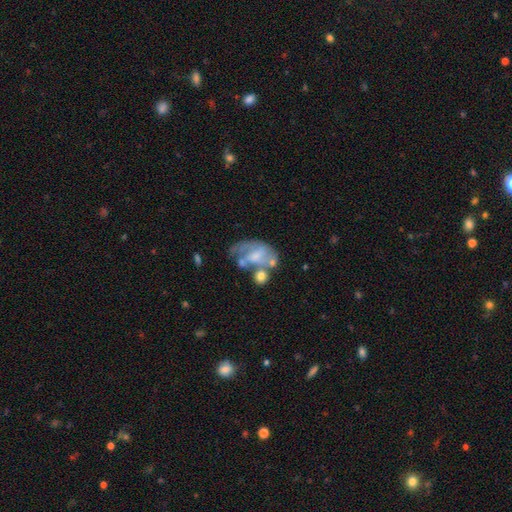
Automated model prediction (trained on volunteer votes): Smooth or featured?
  - featured or disk: 60% *
  - smooth: 30%
  - star or artifact: 9%
Edge-on disk?
  - no: 97% *
  - yes: 3%
Bar?
  - no: 59% *
  - weak: 31%
  - strong: 9%
Spiral arms?
  - no: 53% *
  - yes: 47%
Bulge size?
  - small: 36% *
  - moderate: 30%
  - none: 27%
  - large: 5%
  - dominant: 1%
Merging?
  - major disturbance: 29% *
  - none: 27%
  - merger: 24%
  - minor disturbance: 20%